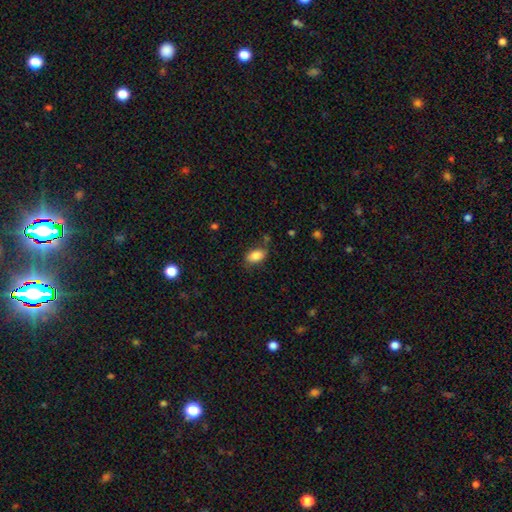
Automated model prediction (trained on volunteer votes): A smooth galaxy with no disk features (85%) that is in between round and cigar-shaped (91%).

Vote fractions:
- Smooth or featured? smooth: 85% / star or artifact: 8% / featured or disk: 7%
- How rounded? in between: 91% / round: 7% / cigar-shaped: 3%
- Merging? none: 72% / minor disturbance: 19% / major disturbance: 5% / merger: 4%